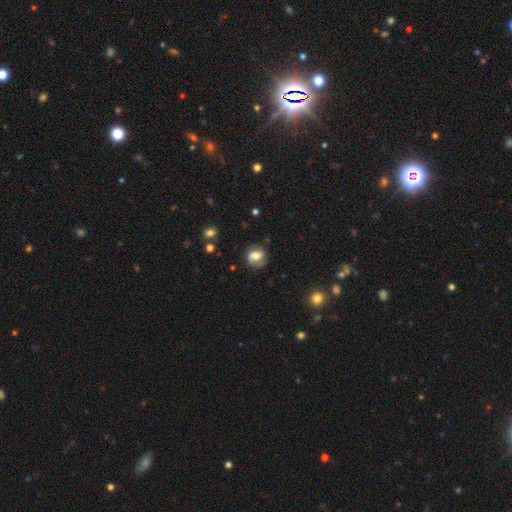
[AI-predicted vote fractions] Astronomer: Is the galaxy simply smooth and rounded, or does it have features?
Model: smooth — 51% (runner-up: featured or disk, 39%).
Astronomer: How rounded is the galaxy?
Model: round — 66%.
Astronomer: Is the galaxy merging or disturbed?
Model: none — 76%.